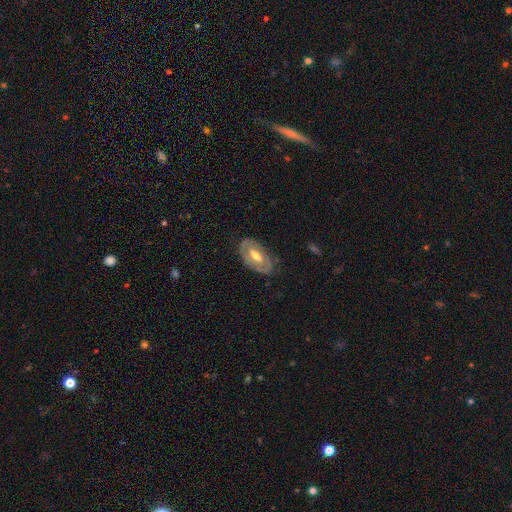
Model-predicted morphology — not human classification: smooth_or_featured: featured or disk (p=0.70) [alt: smooth p=0.25]
disk_edge_on: no (p=0.91) [alt: yes p=0.09]
bar: weak (p=0.44) [alt: no p=0.31]
has_spiral_arms: yes (p=0.59) [alt: no p=0.41]
bulge_size: moderate (p=0.66) [alt: small p=0.21]
merging: none (p=0.77) [alt: minor disturbance p=0.17]